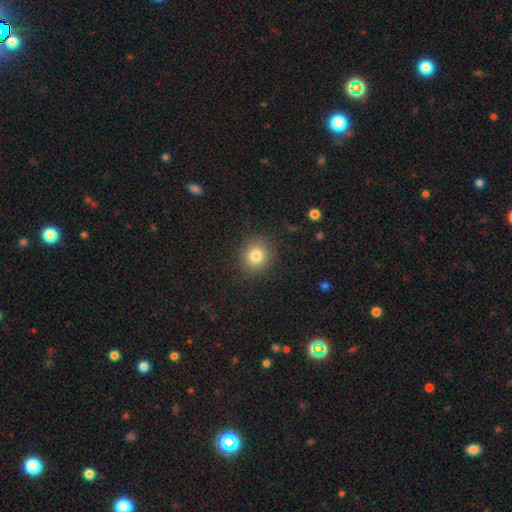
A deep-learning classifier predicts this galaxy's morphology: Q: Smooth or featured?
A: smooth (81%); runner-up: star or artifact (11%)
Q: How rounded?
A: round (87%); runner-up: in between (13%)
Q: Merging?
A: none (88%); runner-up: minor disturbance (8%)